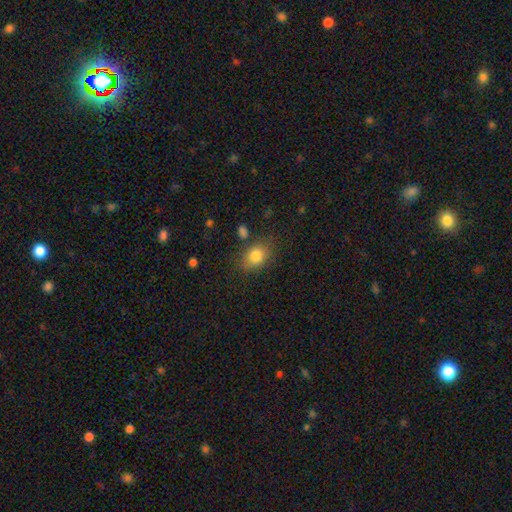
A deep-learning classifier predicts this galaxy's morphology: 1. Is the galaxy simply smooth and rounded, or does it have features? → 81% smooth, 10% star or artifact, 9% featured or disk.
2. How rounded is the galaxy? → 65% in between, 33% round, 1% cigar-shaped.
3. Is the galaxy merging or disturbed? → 73% none, 17% minor disturbance, 5% major disturbance, 5% merger.